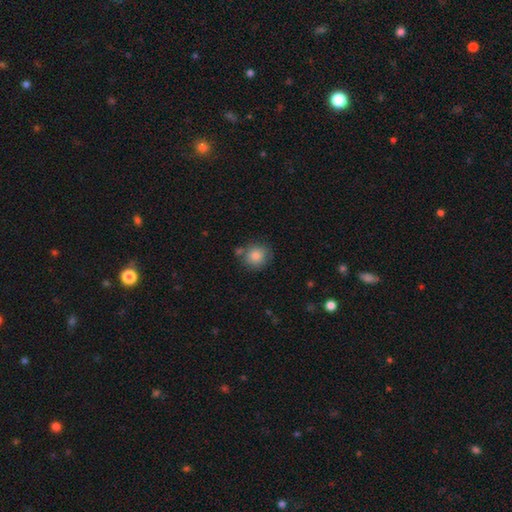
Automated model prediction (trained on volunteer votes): A smooth galaxy with no disk features (85%) that is round (88%). Merging: none (73%).